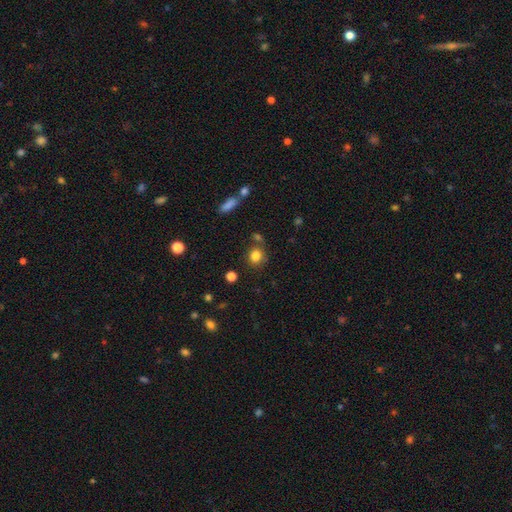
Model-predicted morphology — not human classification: smooth_or_featured: smooth (p=0.83) [alt: star or artifact p=0.11]
how_rounded: round (p=0.78) [alt: in between p=0.21]
merging: none (p=0.75) [alt: minor disturbance p=0.12]